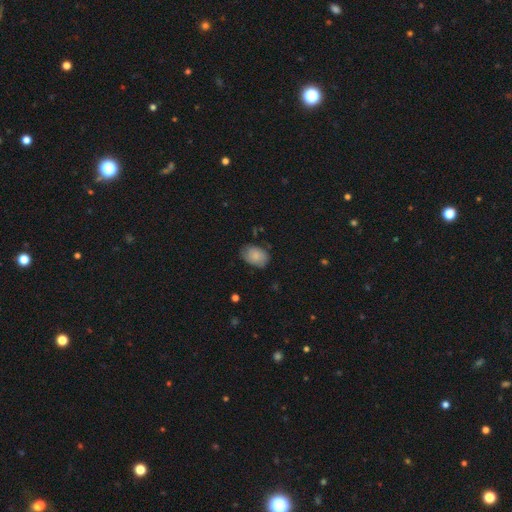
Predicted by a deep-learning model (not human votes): This appears to be a smooth galaxy with no disk features (82%) that is in between round and cigar-shaped (82%). Merging: none (71%).